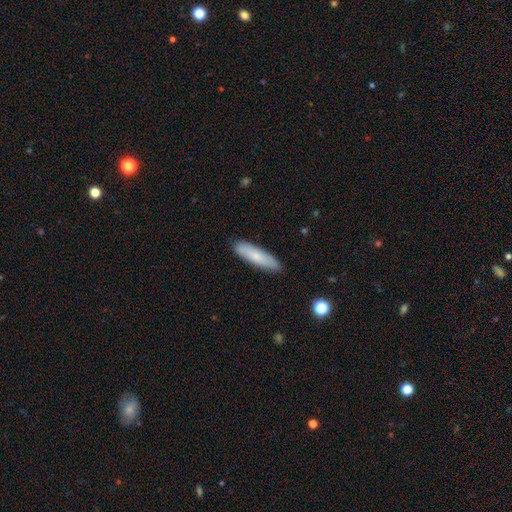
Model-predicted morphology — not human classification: smooth 76%, featured or disk 19%, star or artifact 6%. Down the decision tree: how rounded — cigar-shaped (71%); merging — none (88%).